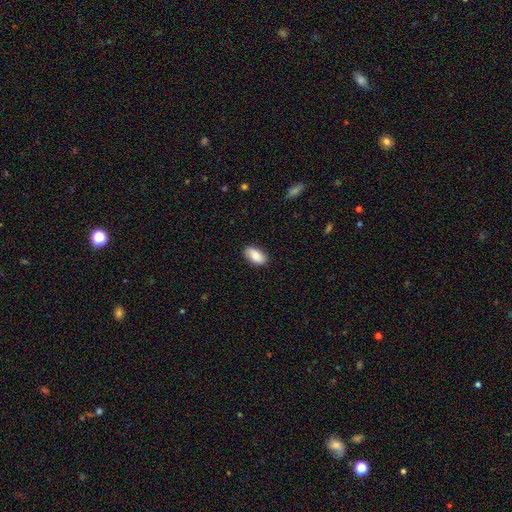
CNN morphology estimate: Smooth or featured?
  - smooth: 85% *
  - featured or disk: 8%
  - star or artifact: 6%
How rounded?
  - in between: 94% *
  - round: 3%
  - cigar-shaped: 3%
Merging?
  - none: 86% *
  - minor disturbance: 11%
  - major disturbance: 2%
  - merger: 1%